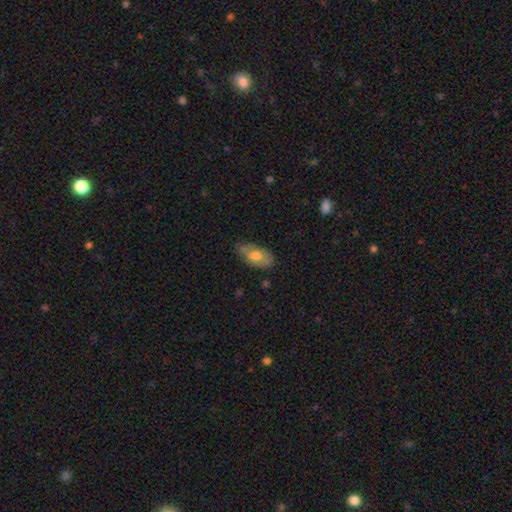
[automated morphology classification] Smooth or featured?
  - smooth: 50% *
  - featured or disk: 44%
  - star or artifact: 6%
Merging?
  - none: 66% *
  - minor disturbance: 26%
  - major disturbance: 6%
  - merger: 2%